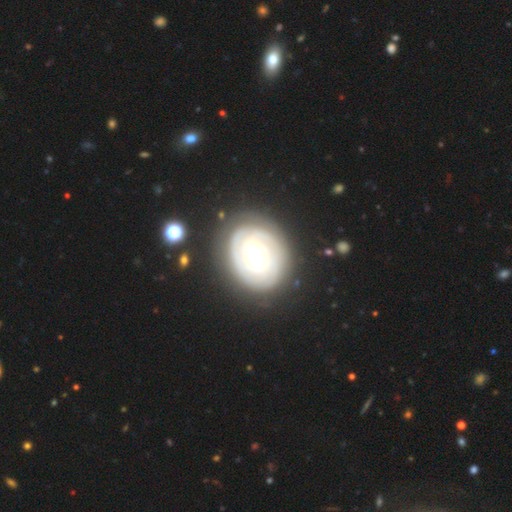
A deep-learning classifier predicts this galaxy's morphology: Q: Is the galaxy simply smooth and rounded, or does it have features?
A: featured or disk — 78%.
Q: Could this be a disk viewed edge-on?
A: no — 97%.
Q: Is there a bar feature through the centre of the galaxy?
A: weak — 44%.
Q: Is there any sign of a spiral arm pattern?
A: yes — 79%.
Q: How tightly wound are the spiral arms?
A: tight — 71%.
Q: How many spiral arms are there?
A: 2 — 44%.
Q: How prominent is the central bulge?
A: moderate — 63%.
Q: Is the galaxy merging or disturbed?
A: none — 74%.